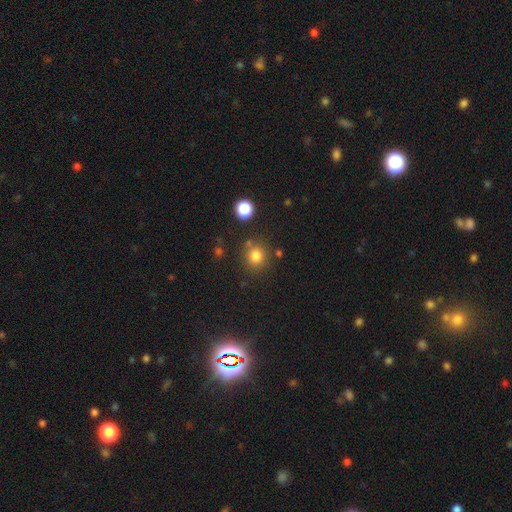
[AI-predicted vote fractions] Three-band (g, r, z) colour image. It shows a smooth galaxy with no disk features (80%) that is round (87%). Merging: none (79%).